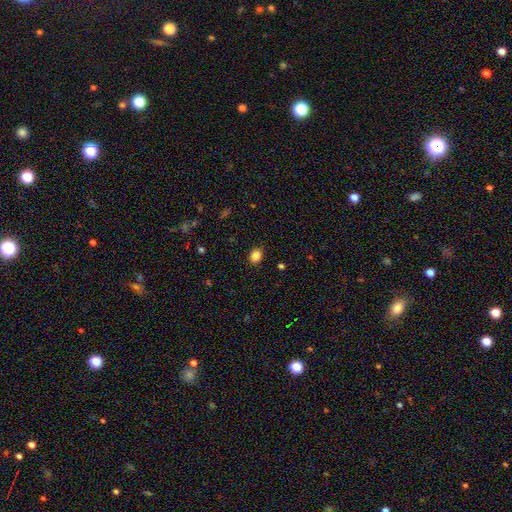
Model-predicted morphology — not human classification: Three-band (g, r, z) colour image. It shows a smooth galaxy with no disk features (86%) that is in between round and cigar-shaped (54%). Merging: none (88%).